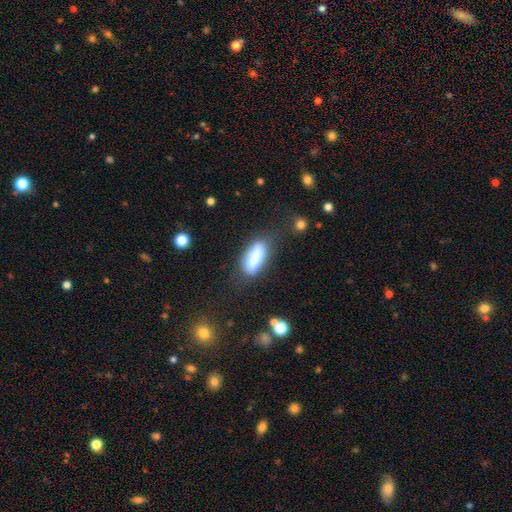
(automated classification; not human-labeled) A smooth galaxy with no disk features (77%) that is in between round and cigar-shaped (60%). Merging: none (72%).